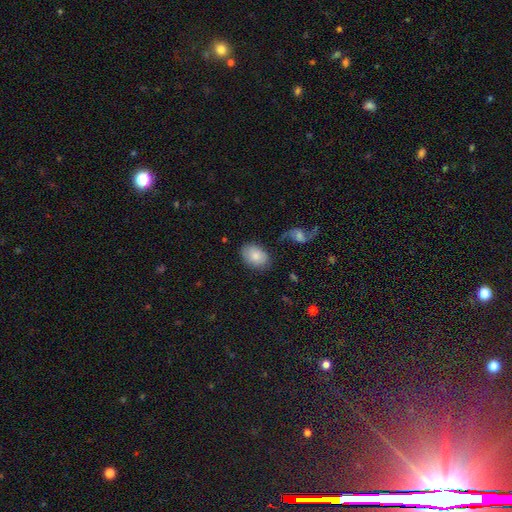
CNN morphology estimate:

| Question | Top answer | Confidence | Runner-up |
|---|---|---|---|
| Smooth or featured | smooth | 78% | featured or disk (14%) |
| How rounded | in between | 83% | round (16%) |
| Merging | none | 76% | minor disturbance (16%) |